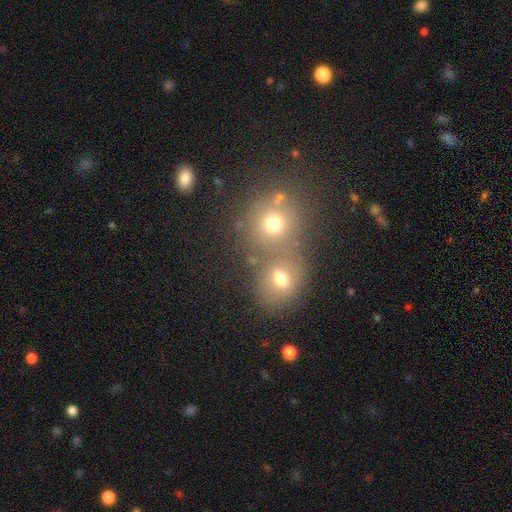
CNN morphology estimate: Smooth or featured? smooth (55%)
How rounded? round (81%)
Merging? merger (50%)